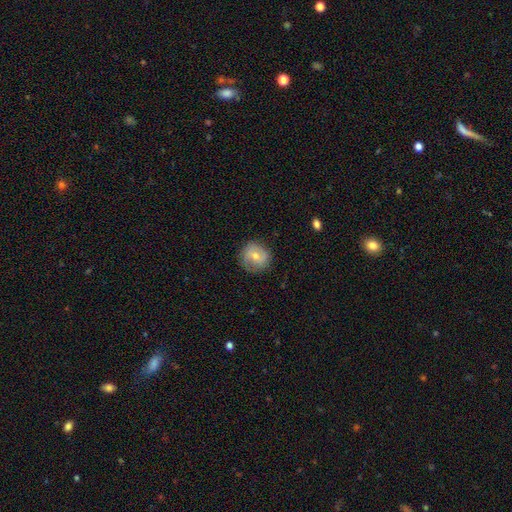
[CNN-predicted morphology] Smooth or featured?
  - smooth: 51% *
  - featured or disk: 42%
  - star or artifact: 7%
How rounded?
  - round: 87% *
  - in between: 12%
  - cigar-shaped: 1%
Merging?
  - none: 81% *
  - minor disturbance: 14%
  - major disturbance: 4%
  - merger: 1%